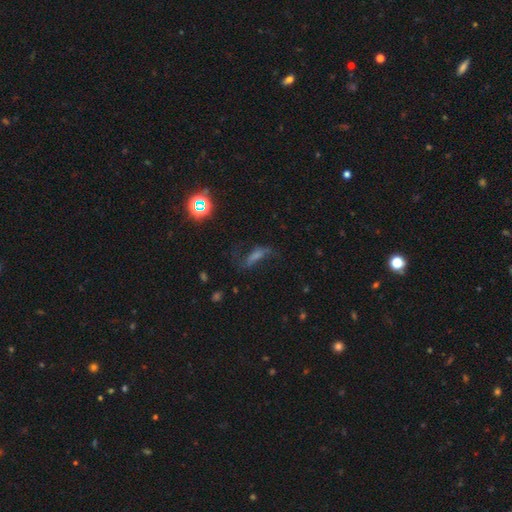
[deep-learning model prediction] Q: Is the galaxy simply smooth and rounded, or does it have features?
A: featured or disk — 40%.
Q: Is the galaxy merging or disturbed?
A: none — 57%.